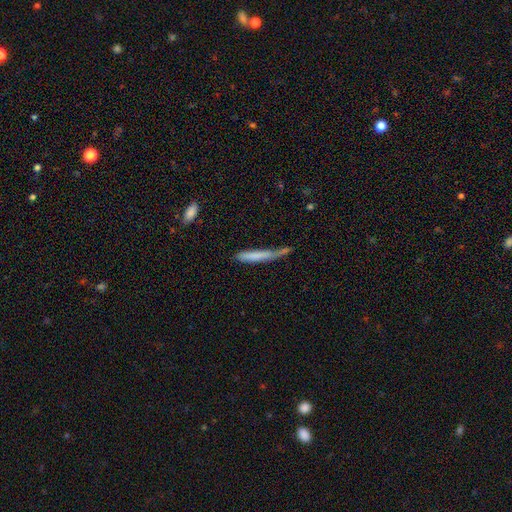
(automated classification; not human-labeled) Smooth or featured? smooth (71%)
How rounded? cigar-shaped (93%)
Merging? none (44%)